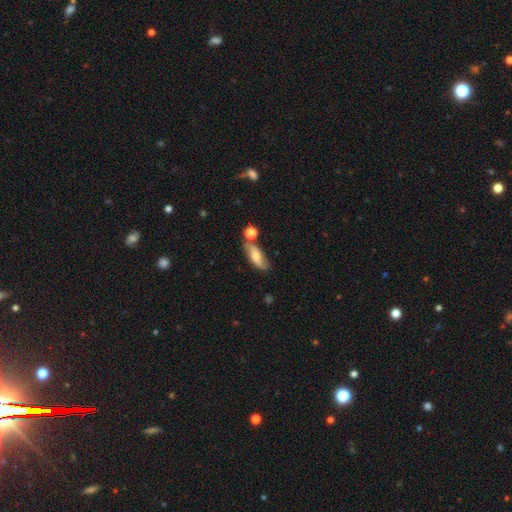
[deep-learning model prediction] smooth_or_featured: featured or disk (p=0.47) [alt: smooth p=0.45]
merging: none (p=0.66) [alt: minor disturbance p=0.17]